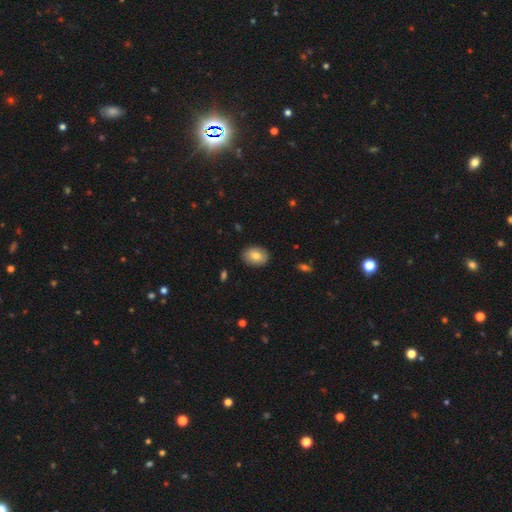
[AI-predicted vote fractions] Morphology: type=smooth (77%); roundness=in between (74%); merging=none (87%).